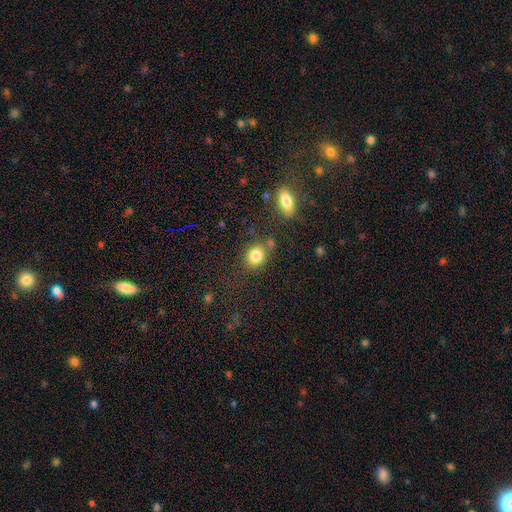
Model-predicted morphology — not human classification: Q: Smooth or featured?
A: smooth (82%); runner-up: star or artifact (10%)
Q: How rounded?
A: round (65%); runner-up: in between (34%)
Q: Merging?
A: none (66%); runner-up: minor disturbance (17%)